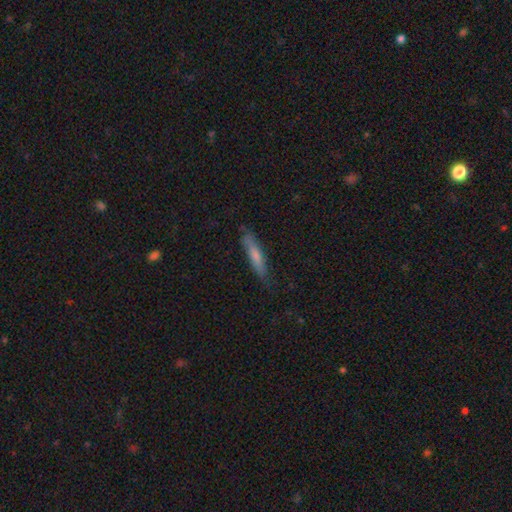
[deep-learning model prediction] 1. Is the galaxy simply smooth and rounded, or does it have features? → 70% smooth, 24% featured or disk, 6% star or artifact.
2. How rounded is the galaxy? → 86% cigar-shaped, 13% in between, 1% round.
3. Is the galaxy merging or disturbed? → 77% none, 17% minor disturbance, 4% major disturbance, 2% merger.